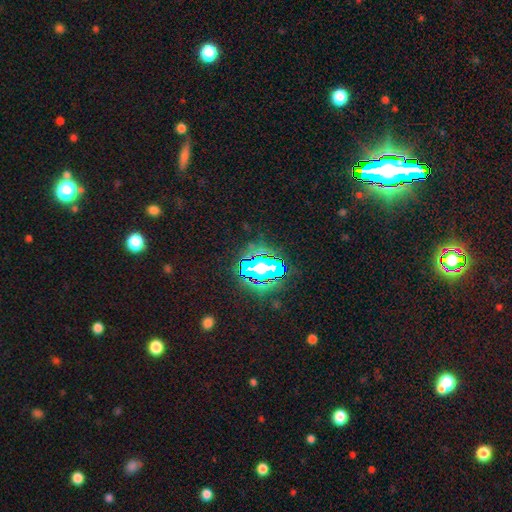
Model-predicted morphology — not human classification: smooth-or-featured: star or artifact: 82% | smooth: 10% | featured or disk: 8%